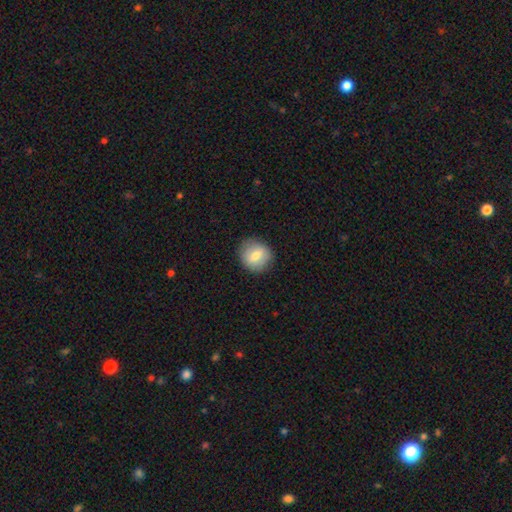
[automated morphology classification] This appears to be a smooth galaxy with no disk features (69%) that is round (84%). Merging: none (86%).